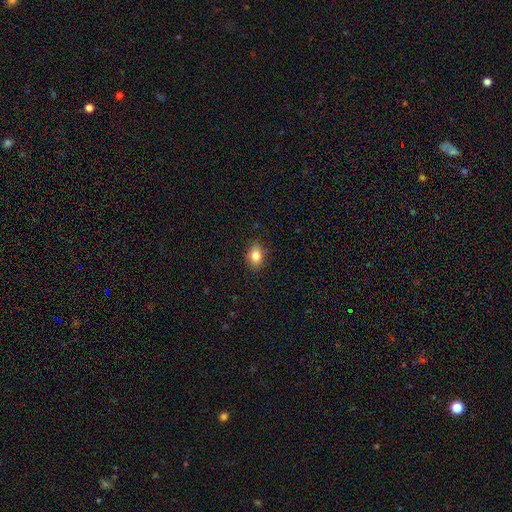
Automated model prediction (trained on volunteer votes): Smooth or featured? smooth (84%)
How rounded? in between (74%)
Merging? none (86%)